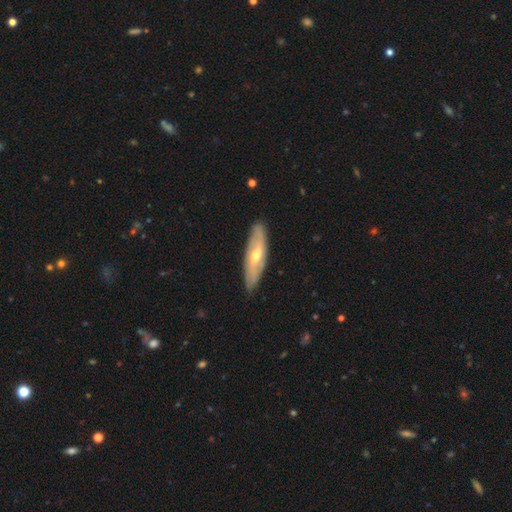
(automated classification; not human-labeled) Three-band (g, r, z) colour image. It shows a featured or disk galaxy (62%). Merging: none (85%).